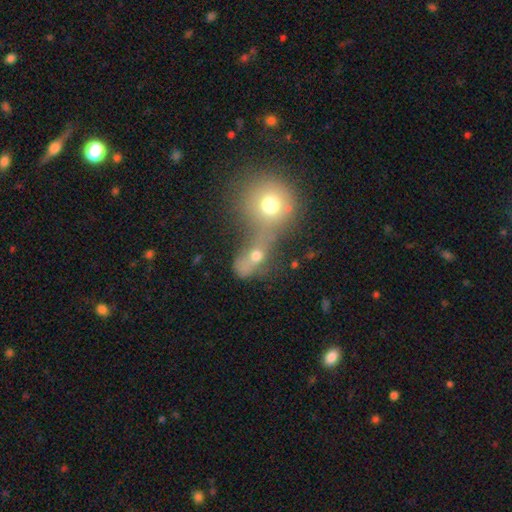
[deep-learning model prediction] smooth-or-featured: smooth: 58% | featured or disk: 24% | star or artifact: 18%
  how-rounded: round: 61% | in between: 35% | cigar-shaped: 4%
  merging: merger: 70% | none: 16% | major disturbance: 8% | minor disturbance: 6%